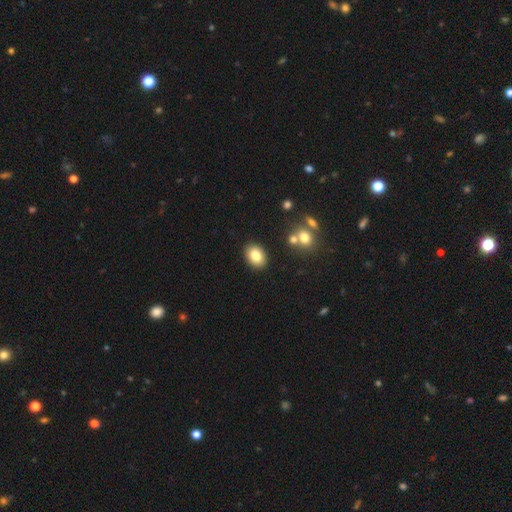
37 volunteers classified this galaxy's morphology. smooth_or_featured: smooth (p=0.86) [alt: star or artifact p=0.08]
how_rounded: in between (p=0.81) [alt: round p=0.19]
merging: none (p=0.85) [alt: minor disturbance p=0.09]